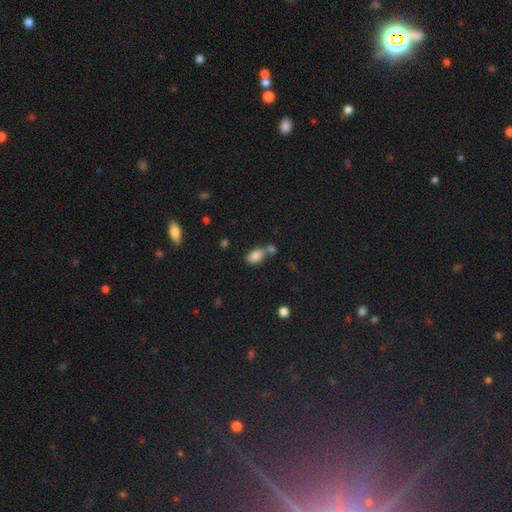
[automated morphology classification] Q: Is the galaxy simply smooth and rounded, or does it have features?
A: smooth — 82%.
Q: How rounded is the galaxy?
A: in between — 86%.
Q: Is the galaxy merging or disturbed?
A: none — 42%.